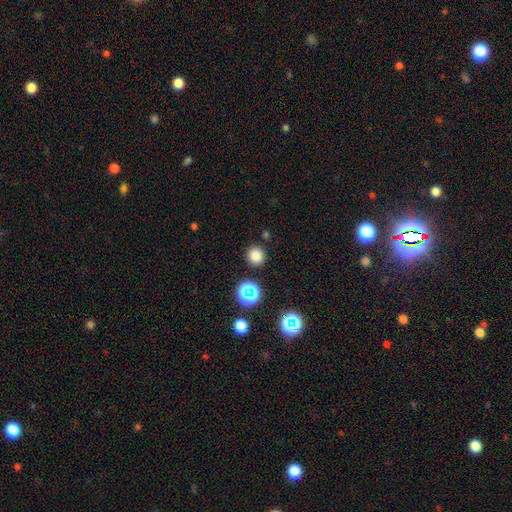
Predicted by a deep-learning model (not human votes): Smooth or featured? smooth (79%)
How rounded? round (92%)
Merging? none (89%)